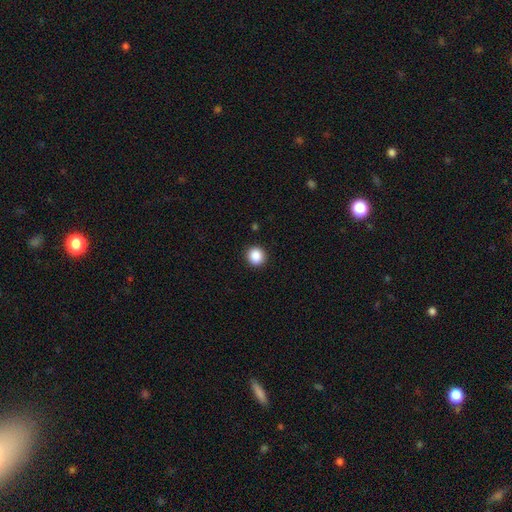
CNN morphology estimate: A smooth galaxy with no disk features (89%) that is round (92%).

Vote fractions:
- Smooth or featured? smooth: 89% / star or artifact: 9% / featured or disk: 2%
- How rounded? round: 92% / in between: 7% / cigar-shaped: 1%
- Merging? none: 92% / minor disturbance: 5% / major disturbance: 2% / merger: 1%